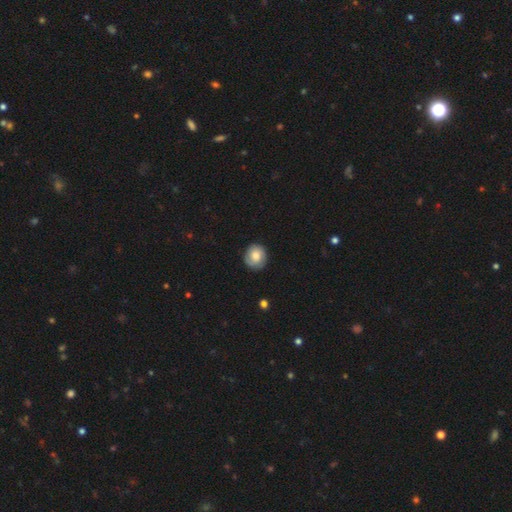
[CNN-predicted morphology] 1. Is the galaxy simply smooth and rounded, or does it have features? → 66% smooth, 26% featured or disk, 7% star or artifact.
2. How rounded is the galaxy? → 77% round, 22% in between, 1% cigar-shaped.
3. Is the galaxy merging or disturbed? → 79% none, 16% minor disturbance, 4% major disturbance, 1% merger.